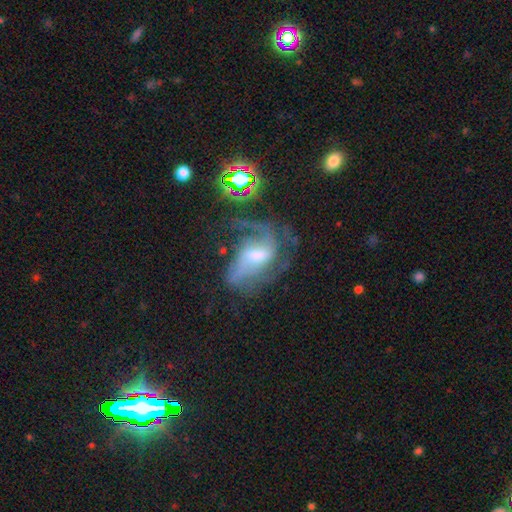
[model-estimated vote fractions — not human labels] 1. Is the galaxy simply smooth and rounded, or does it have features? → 76% featured or disk, 12% smooth, 11% star or artifact.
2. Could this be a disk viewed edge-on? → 96% no, 4% yes.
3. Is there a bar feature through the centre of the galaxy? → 49% weak, 30% no, 21% strong.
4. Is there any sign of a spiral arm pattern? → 89% yes, 11% no.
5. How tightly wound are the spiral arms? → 45% medium, 36% loose, 19% tight.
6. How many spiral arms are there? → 42% 2, 23% can't tell, 15% 3, 12% 1, 5% 4, 4% more than 4.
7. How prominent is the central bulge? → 50% moderate, 31% small, 11% large, 7% none, 2% dominant.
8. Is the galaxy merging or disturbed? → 42% none, 33% major disturbance, 20% minor disturbance, 5% merger.